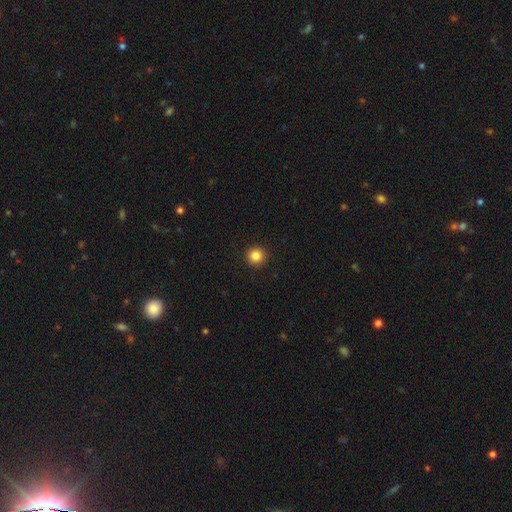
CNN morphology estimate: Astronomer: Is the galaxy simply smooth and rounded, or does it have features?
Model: smooth — 85%.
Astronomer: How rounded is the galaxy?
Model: round — 95%.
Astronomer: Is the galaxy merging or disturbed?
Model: none — 93%.